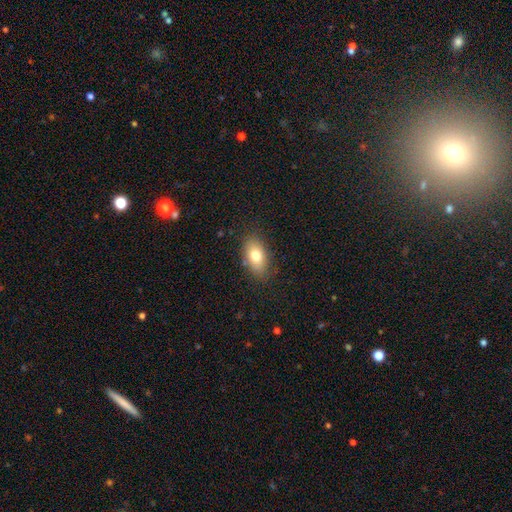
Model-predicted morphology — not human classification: smooth_or_featured: smooth (p=0.76) [alt: featured or disk p=0.15]
how_rounded: in between (p=0.88) [alt: round p=0.09]
merging: none (p=0.82) [alt: minor disturbance p=0.13]